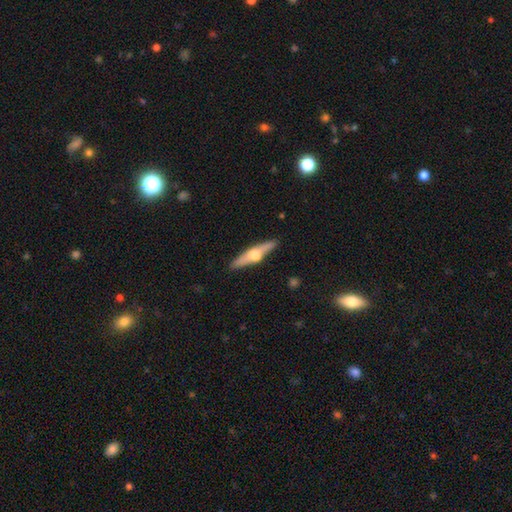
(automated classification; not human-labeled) Morphology: type=featured or disk (68%); edge-on=yes (96%); edge-on bulge=rounded (95%); merging=none (88%).